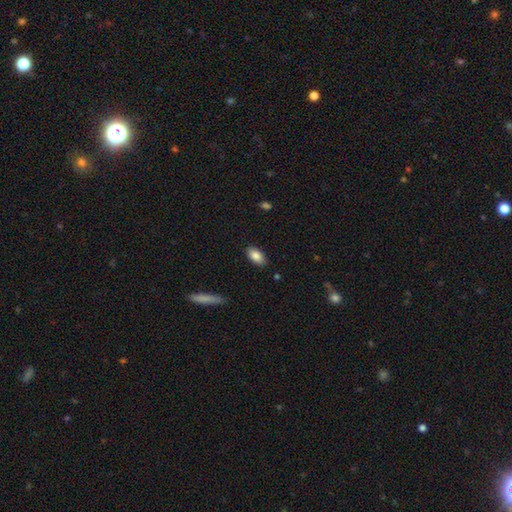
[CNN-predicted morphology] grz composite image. It shows a smooth galaxy with no disk features (86%) that is in between round and cigar-shaped (93%). Merging: none (88%).